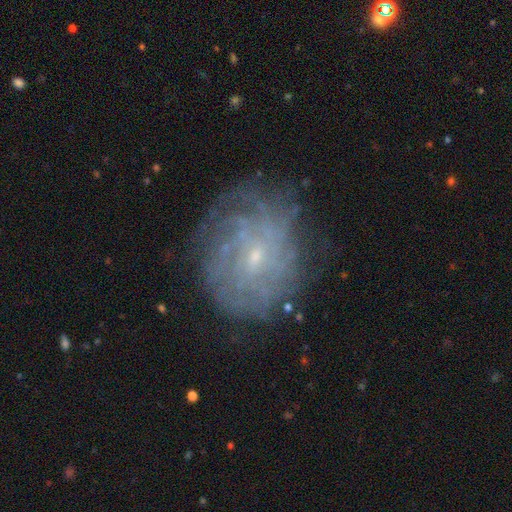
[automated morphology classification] The model was most divided on "bar": no: 66%, weak: 29%, strong: 5%. More confident: edge-on disk — no (97%); bulge size — small (82%); spiral arms — yes (77%); merging — none (73%); smooth or featured — featured or disk (68%); spiral winding — tight (66%); spiral arm count — can't tell (60%).